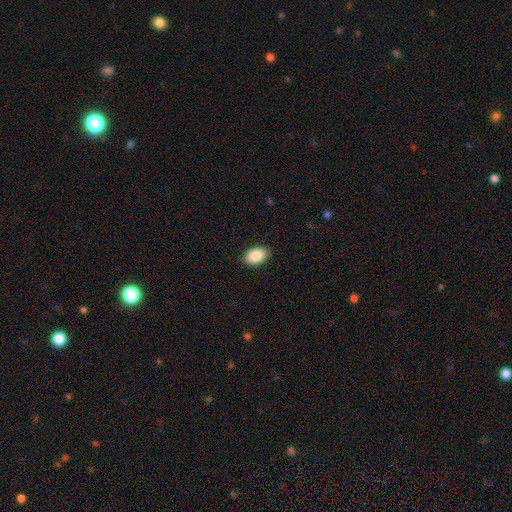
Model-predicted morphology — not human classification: smooth_or_featured: smooth (p=0.87) [alt: star or artifact p=0.07]
how_rounded: in between (p=0.88) [alt: round p=0.11]
merging: none (p=0.89) [alt: minor disturbance p=0.09]